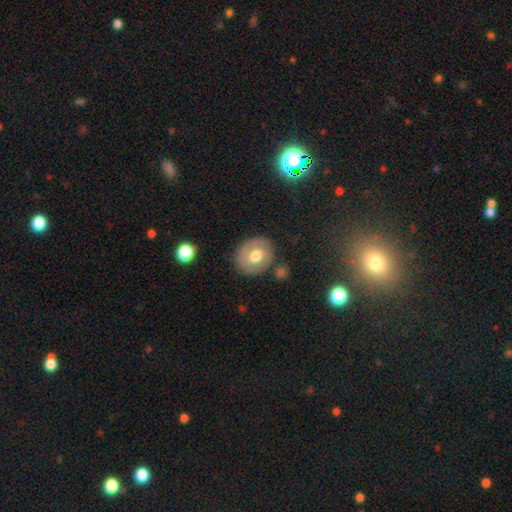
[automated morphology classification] smooth-or-featured: smooth: 55% | featured or disk: 38% | star or artifact: 7%
  how-rounded: round: 63% | in between: 36% | cigar-shaped: 1%
  merging: none: 79% | minor disturbance: 12% | major disturbance: 4% | merger: 4%